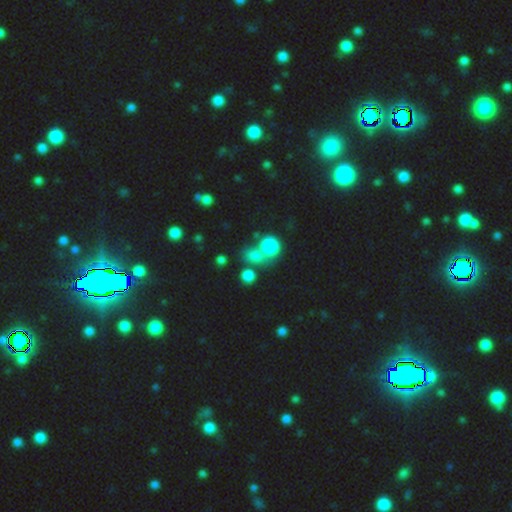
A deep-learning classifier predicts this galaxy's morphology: This appears to be a smooth galaxy with no disk features (68%) that is round (74%). Merging: none (49%).